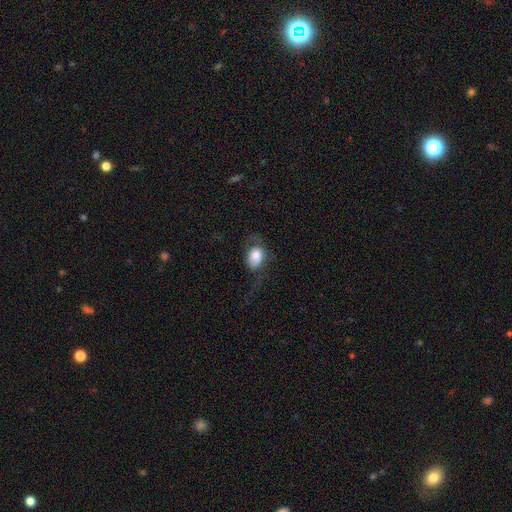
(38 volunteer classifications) A smooth galaxy with no disk features (61%) that is in between round and cigar-shaped (96%). Merging: major disturbance (49%).